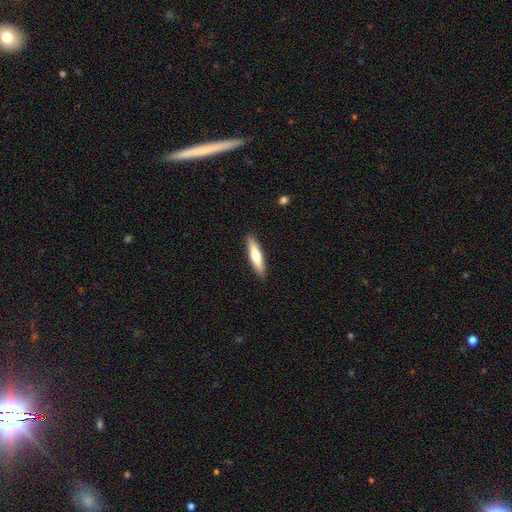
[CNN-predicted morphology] Q: Smooth or featured?
A: smooth (61%); runner-up: featured or disk (34%)
Q: How rounded?
A: cigar-shaped (79%); runner-up: in between (20%)
Q: Merging?
A: none (90%); runner-up: minor disturbance (7%)